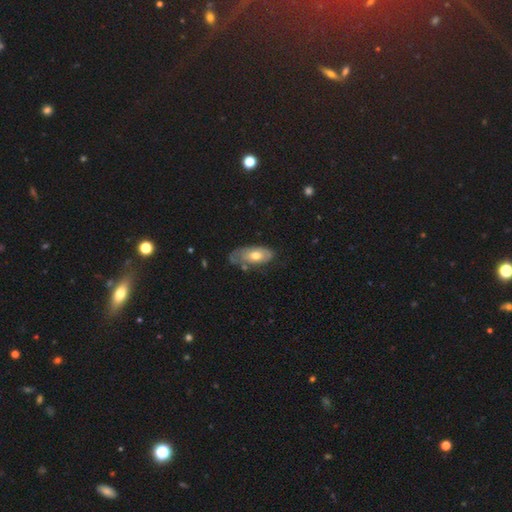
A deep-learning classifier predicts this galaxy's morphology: Smooth or featured: smooth — 50% (featured or disk — 44%)
Merging: none — 45% (minor disturbance — 33%)